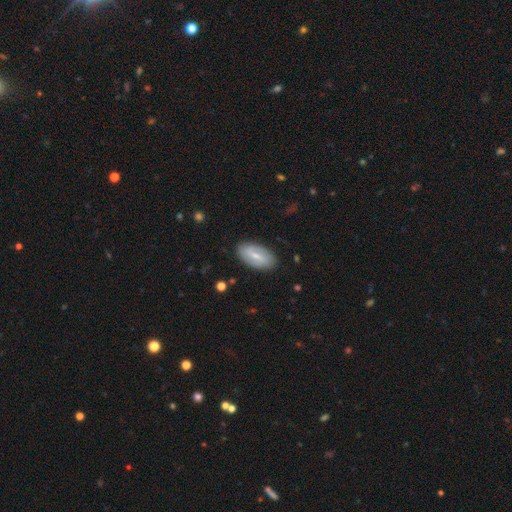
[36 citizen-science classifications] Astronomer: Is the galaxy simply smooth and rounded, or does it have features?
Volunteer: smooth — 47%, tied with featured or disk at 47%.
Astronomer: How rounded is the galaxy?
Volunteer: in between — 82%.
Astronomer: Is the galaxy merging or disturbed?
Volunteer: none — 100%.